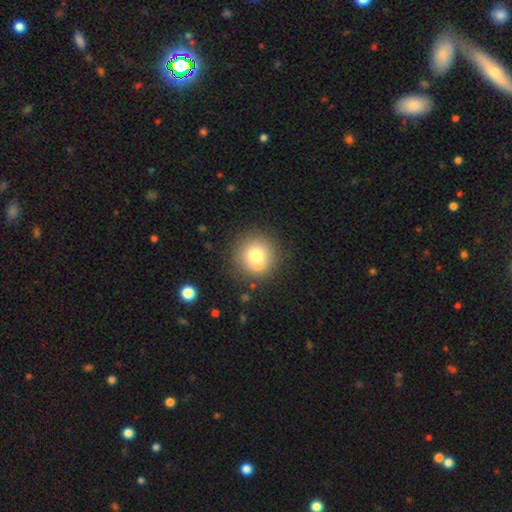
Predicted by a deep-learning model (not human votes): A smooth galaxy with no disk features (74%) that is round (94%). Merging: none (79%).